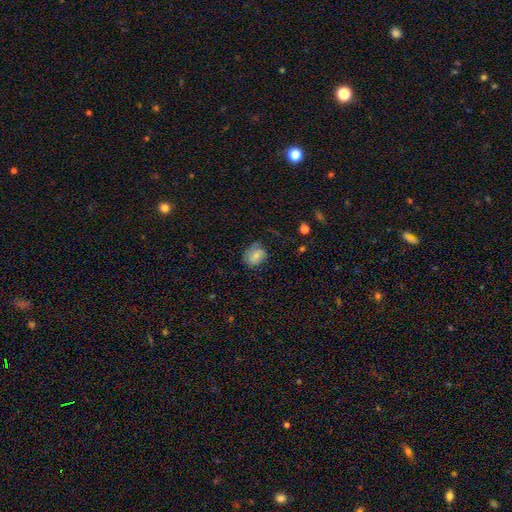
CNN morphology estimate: A smooth galaxy with no disk features (65%) that is in between round and cigar-shaped (50%).

Vote fractions:
- Smooth or featured? smooth: 65% / featured or disk: 26% / star or artifact: 9%
- How rounded? in between: 50% / round: 49% / cigar-shaped: 1%
- Merging? none: 59% / minor disturbance: 28% / major disturbance: 12% / merger: 2%